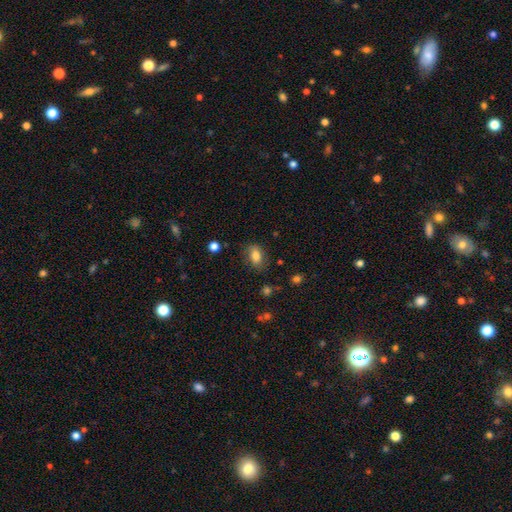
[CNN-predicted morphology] smooth-or-featured: smooth: 81% | featured or disk: 10% | star or artifact: 9%
  how-rounded: in between: 83% | round: 14% | cigar-shaped: 3%
  merging: none: 79% | minor disturbance: 15% | major disturbance: 4% | merger: 2%